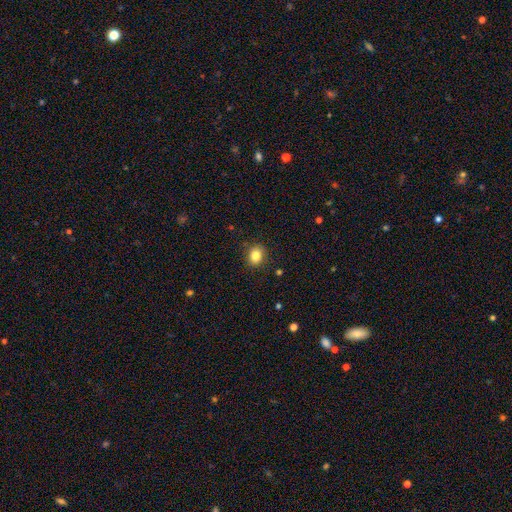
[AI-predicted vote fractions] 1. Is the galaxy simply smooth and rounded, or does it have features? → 83% smooth, 10% star or artifact, 6% featured or disk.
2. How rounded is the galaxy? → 62% round, 37% in between, 1% cigar-shaped.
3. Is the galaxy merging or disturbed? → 87% none, 9% minor disturbance, 2% major disturbance, 1% merger.